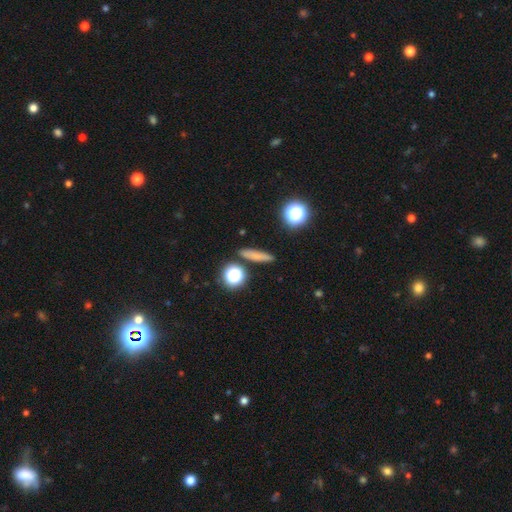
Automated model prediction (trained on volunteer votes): A smooth galaxy with no disk features (71%) that is cigar-shaped (78%). Merging: none (86%).